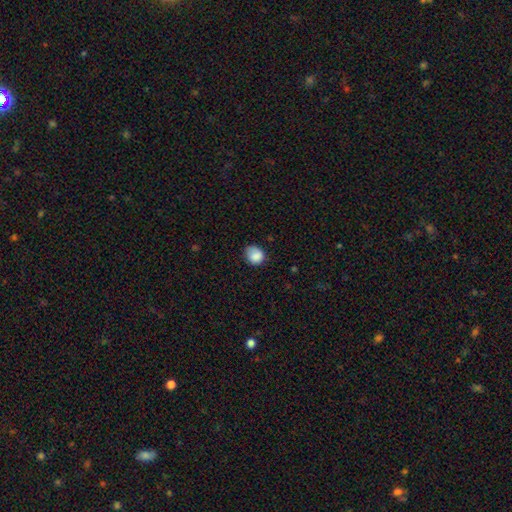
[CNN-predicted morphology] smooth 86%, star or artifact 9%, featured or disk 6%. Down the decision tree: how rounded — round (66%); merging — none (62%).